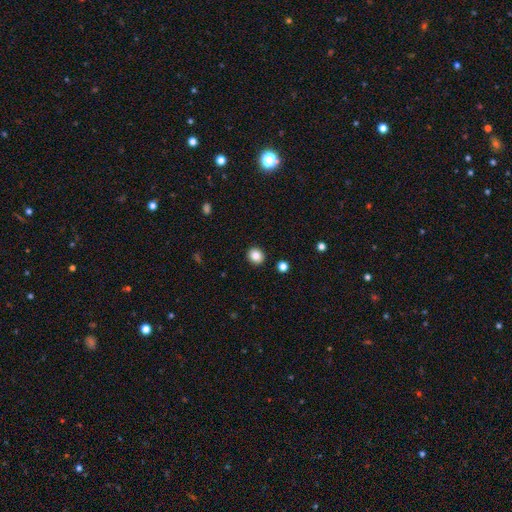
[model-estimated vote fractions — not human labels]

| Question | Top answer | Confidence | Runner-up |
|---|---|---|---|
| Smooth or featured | smooth | 84% | star or artifact (10%) |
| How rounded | round | 80% | in between (19%) |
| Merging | none | 92% | minor disturbance (5%) |